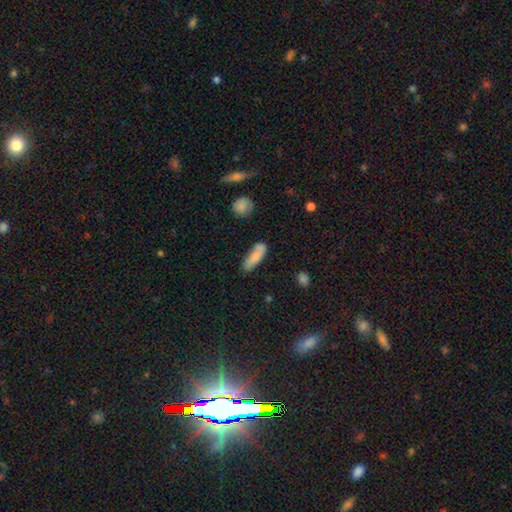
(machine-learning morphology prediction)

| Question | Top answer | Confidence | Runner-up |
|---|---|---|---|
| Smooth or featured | smooth | 79% | featured or disk (15%) |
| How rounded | in between | 57% | cigar-shaped (41%) |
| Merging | none | 65% | minor disturbance (23%) |